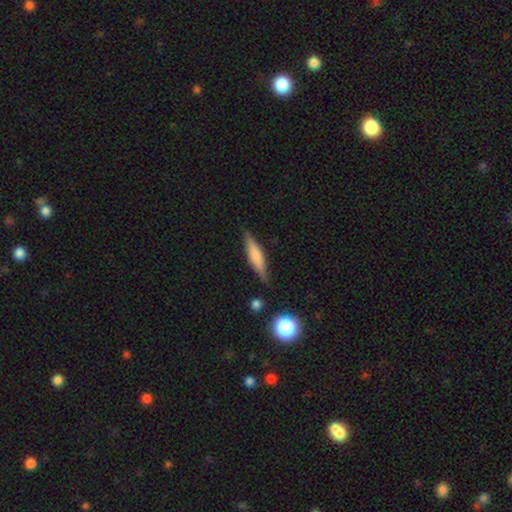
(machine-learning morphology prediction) A smooth galaxy with no disk features (50%).

Vote fractions:
- Smooth or featured? smooth: 50% / featured or disk: 43% / star or artifact: 7%
- Merging? none: 83% / minor disturbance: 12% / major disturbance: 3% / merger: 2%